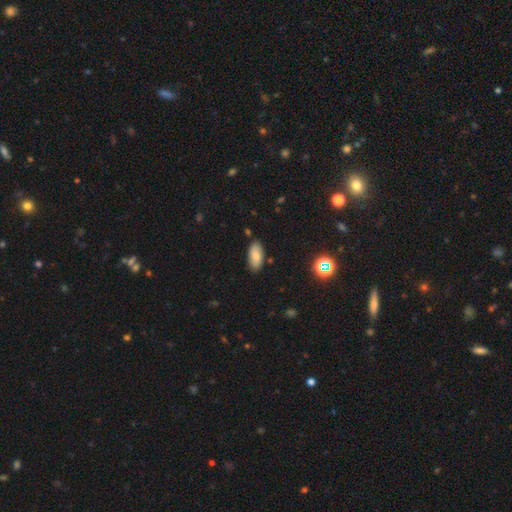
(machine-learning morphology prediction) Smooth or featured? smooth (77%)
How rounded? in between (91%)
Merging? none (85%)